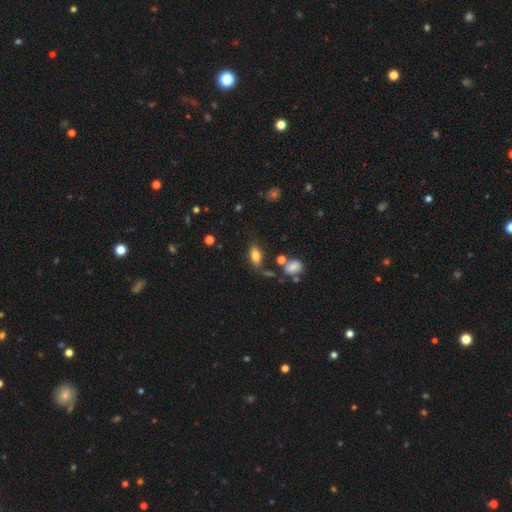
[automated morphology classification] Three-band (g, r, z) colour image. It shows a smooth galaxy with no disk features (75%) that is in between round and cigar-shaped (84%). Merging: none (68%).